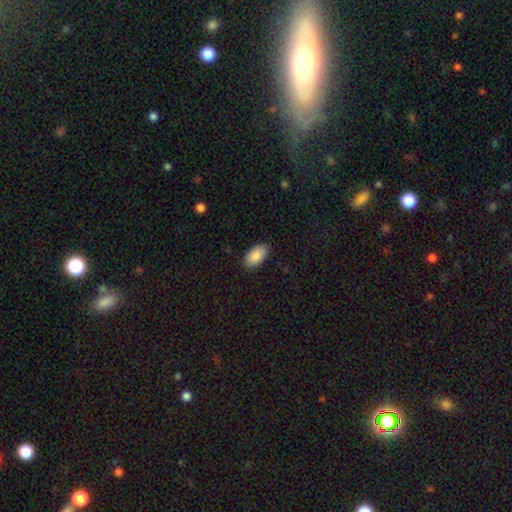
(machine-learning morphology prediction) Smooth or featured: smooth — 88% (star or artifact — 6%)
How rounded: in between — 95% (round — 3%)
Merging: none — 88% (minor disturbance — 9%)